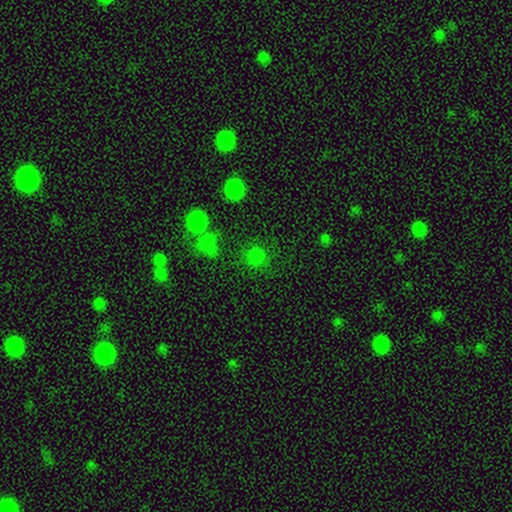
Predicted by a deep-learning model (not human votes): smooth 69%, star or artifact 25%, featured or disk 6%. Down the decision tree: how rounded — round (87%); merging — none (74%).